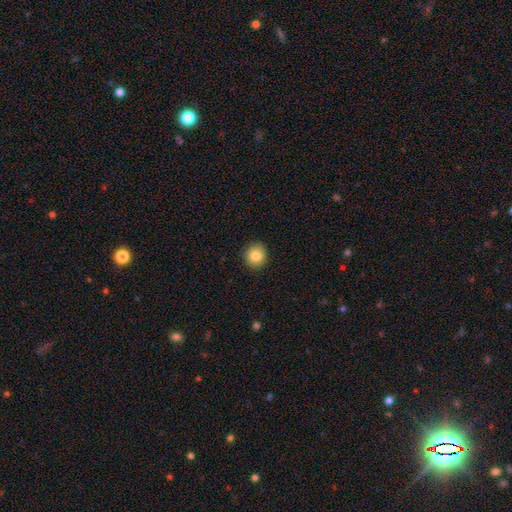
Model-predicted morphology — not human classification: Q: Smooth or featured?
A: smooth (84%); runner-up: star or artifact (9%)
Q: How rounded?
A: round (85%); runner-up: in between (14%)
Q: Merging?
A: none (91%); runner-up: minor disturbance (7%)